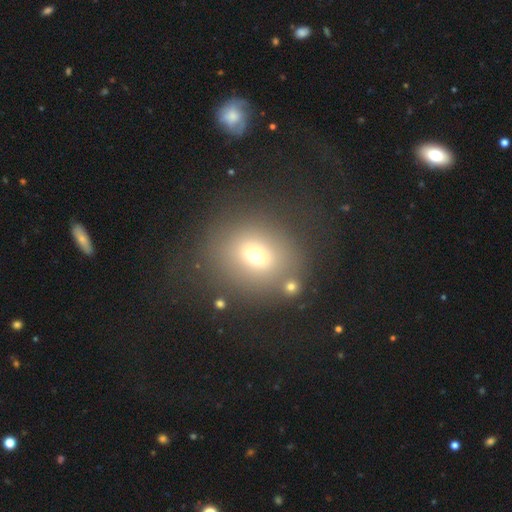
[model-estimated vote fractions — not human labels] Smooth or featured?
  - smooth: 64% *
  - star or artifact: 19%
  - featured or disk: 17%
How rounded?
  - round: 72% *
  - in between: 26%
  - cigar-shaped: 1%
Merging?
  - none: 72% *
  - minor disturbance: 12%
  - major disturbance: 8%
  - merger: 7%